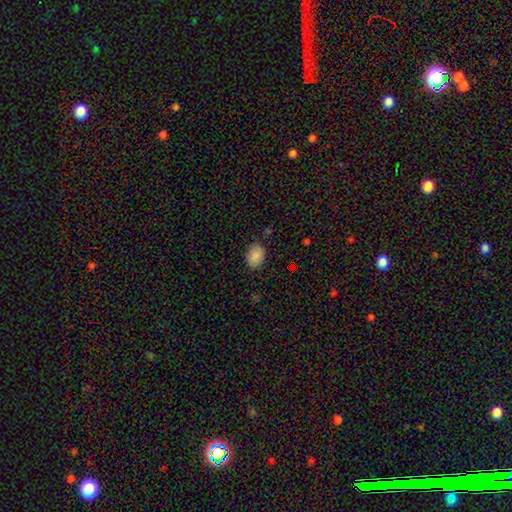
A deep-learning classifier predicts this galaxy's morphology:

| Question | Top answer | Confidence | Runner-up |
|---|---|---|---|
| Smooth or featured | smooth | 87% | star or artifact (9%) |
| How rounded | in between | 73% | round (26%) |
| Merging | none | 83% | minor disturbance (13%) |